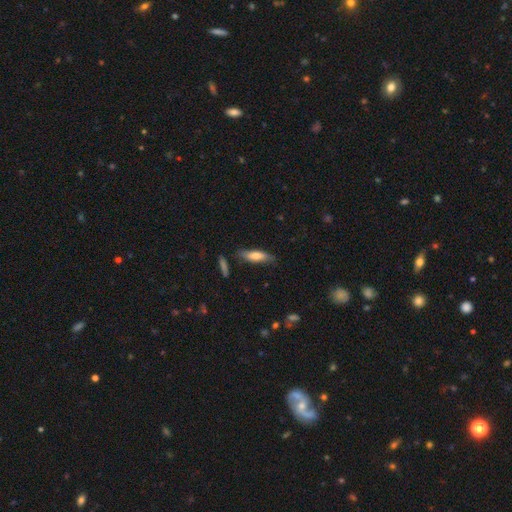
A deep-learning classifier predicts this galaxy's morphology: This appears to be a smooth galaxy with no disk features (69%) that is cigar-shaped (61%). Merging: none (75%).